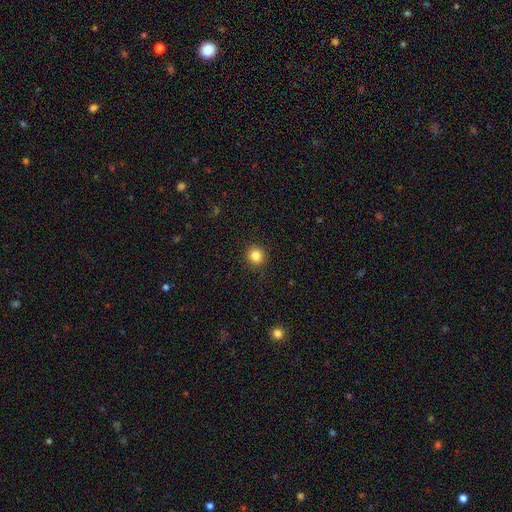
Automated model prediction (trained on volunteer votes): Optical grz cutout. It shows a smooth galaxy with no disk features (84%) that is round (93%). Merging: none (92%).